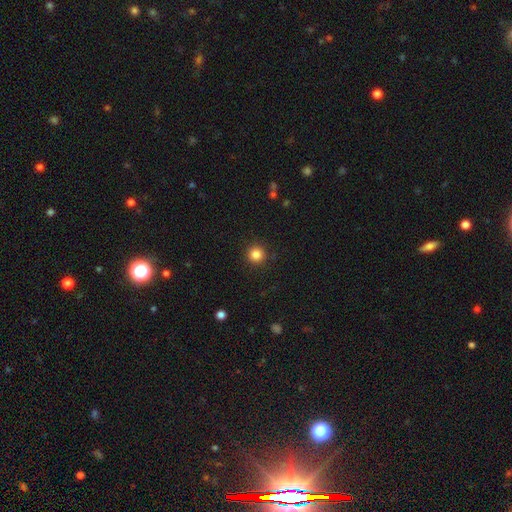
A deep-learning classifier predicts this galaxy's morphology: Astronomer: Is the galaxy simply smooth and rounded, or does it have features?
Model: smooth — 85%.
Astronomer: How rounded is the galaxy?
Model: round — 95%.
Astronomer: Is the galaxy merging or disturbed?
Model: none — 92%.